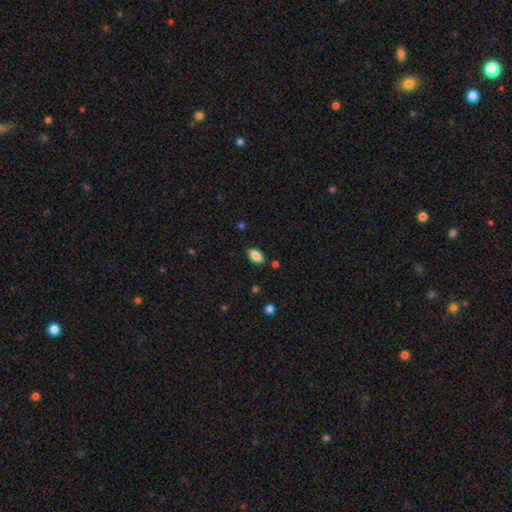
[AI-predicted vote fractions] A smooth galaxy with no disk features (86%) that is in between round and cigar-shaped (93%). Merging: none (85%).